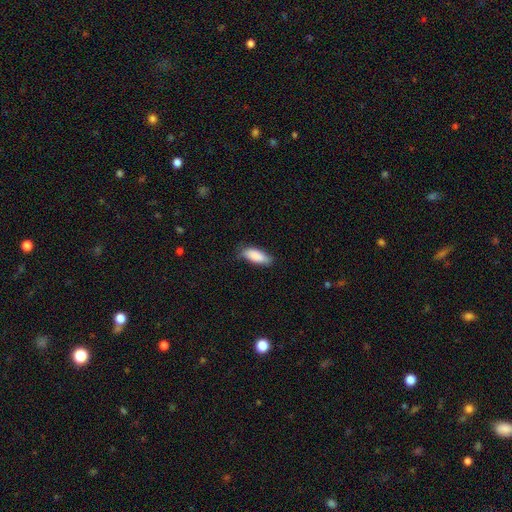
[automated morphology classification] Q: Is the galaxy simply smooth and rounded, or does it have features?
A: smooth — 88%.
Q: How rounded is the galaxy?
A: in between — 73%.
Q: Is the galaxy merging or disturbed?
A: none — 76%.